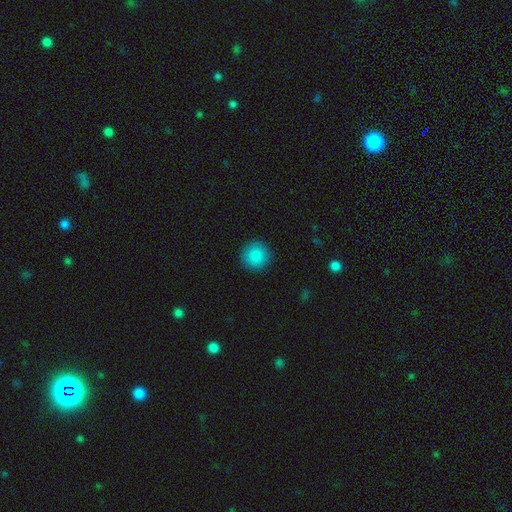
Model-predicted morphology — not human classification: Smooth or featured: smooth — 87% (star or artifact — 9%)
How rounded: round — 95% (in between — 4%)
Merging: none — 92% (minor disturbance — 6%)